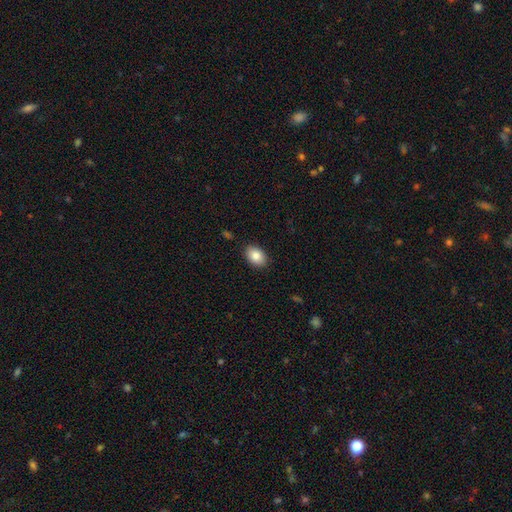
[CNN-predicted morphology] type=smooth (85%); roundness=in between (83%); merging=none (88%).